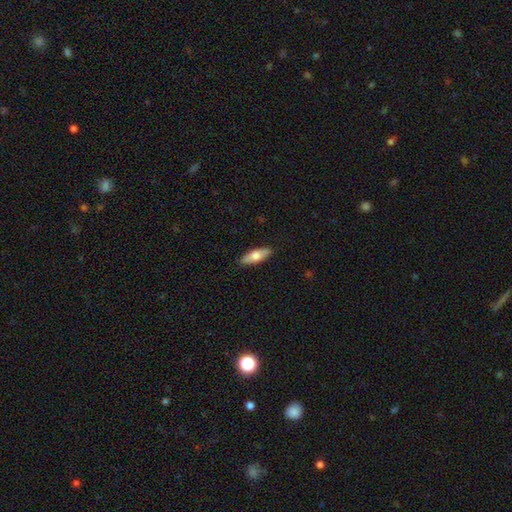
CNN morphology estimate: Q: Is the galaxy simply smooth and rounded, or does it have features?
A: smooth — 65%.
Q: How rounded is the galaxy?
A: in between — 61%.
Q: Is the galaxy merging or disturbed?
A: none — 89%.